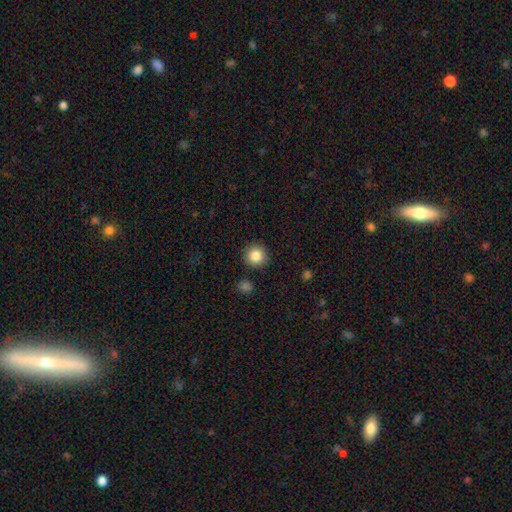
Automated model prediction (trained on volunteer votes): Morphology: type=smooth (85%); roundness=round (94%); merging=none (90%).